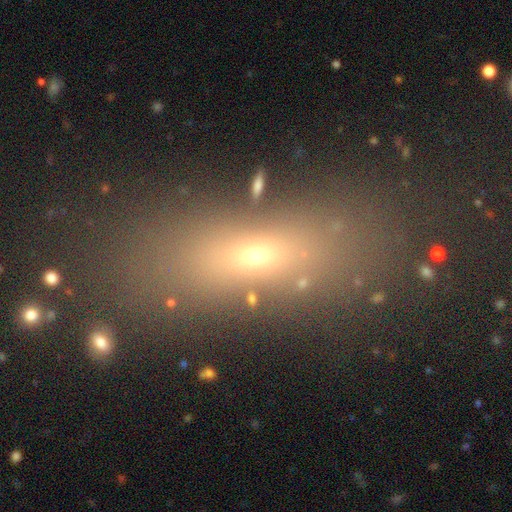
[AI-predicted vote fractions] Smooth or featured?
  - smooth: 57% *
  - featured or disk: 22%
  - star or artifact: 21%
How rounded?
  - in between: 56% *
  - cigar-shaped: 37%
  - round: 7%
Merging?
  - none: 76% *
  - minor disturbance: 12%
  - major disturbance: 7%
  - merger: 5%